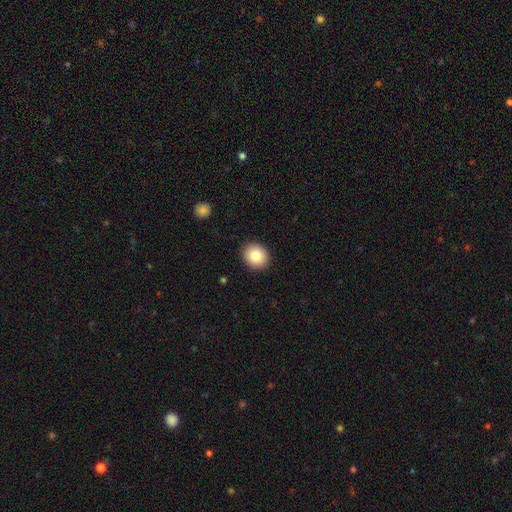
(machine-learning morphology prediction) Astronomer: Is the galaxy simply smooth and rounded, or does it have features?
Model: smooth — 81%.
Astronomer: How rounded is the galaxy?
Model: round — 73%.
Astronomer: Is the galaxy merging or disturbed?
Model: none — 91%.